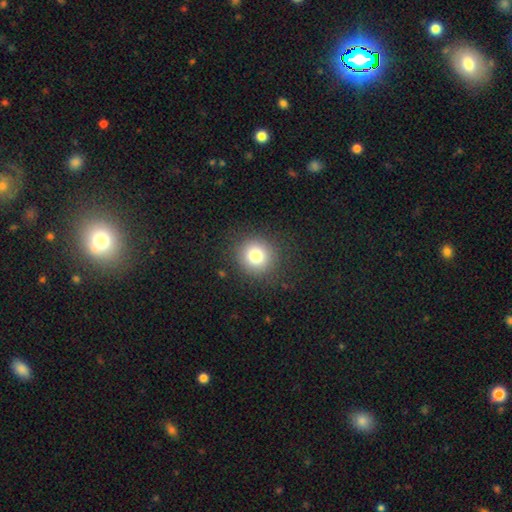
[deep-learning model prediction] A smooth galaxy with no disk features (79%) that is round (92%).

Vote fractions:
- Smooth or featured? smooth: 79% / star or artifact: 12% / featured or disk: 9%
- How rounded? round: 92% / in between: 7% / cigar-shaped: 1%
- Merging? none: 88% / minor disturbance: 7% / major disturbance: 3% / merger: 1%